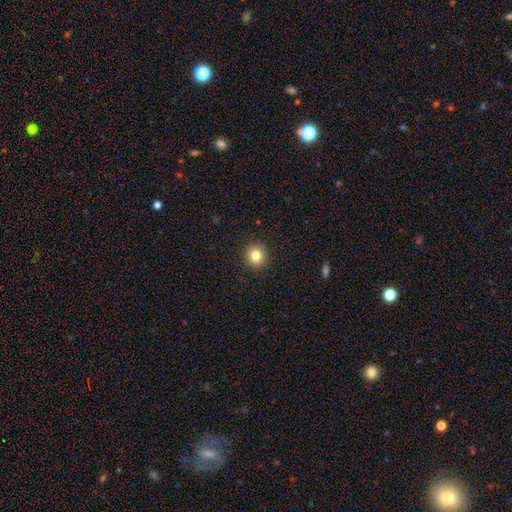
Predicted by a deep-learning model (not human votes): Smooth or featured?
  - smooth: 82% *
  - star or artifact: 11%
  - featured or disk: 6%
How rounded?
  - round: 87% *
  - in between: 13%
  - cigar-shaped: 1%
Merging?
  - none: 91% *
  - minor disturbance: 6%
  - major disturbance: 2%
  - merger: 1%